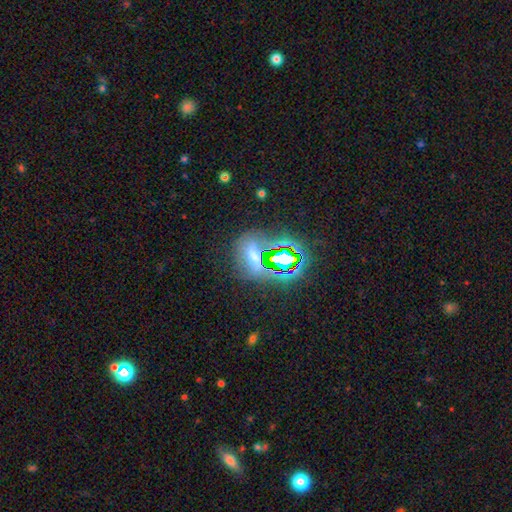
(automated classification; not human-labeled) Smooth or featured?
  - star or artifact: 62% *
  - smooth: 24%
  - featured or disk: 15%